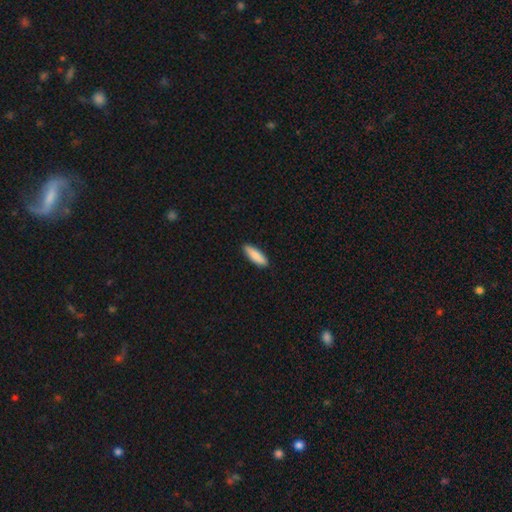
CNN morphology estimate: type=smooth (88%); roundness=cigar-shaped (49%, tied with in between); merging=none (90%).